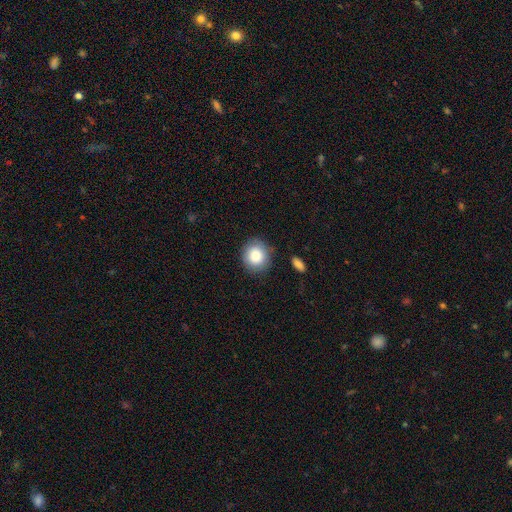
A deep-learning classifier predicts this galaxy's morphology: Smooth or featured? smooth (86%)
How rounded? round (82%)
Merging? none (84%)